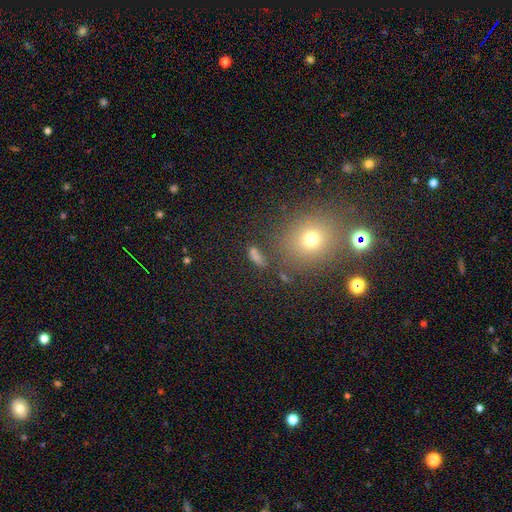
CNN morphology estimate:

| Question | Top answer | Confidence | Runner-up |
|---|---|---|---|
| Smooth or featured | smooth | 66% | star or artifact (23%) |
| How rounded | in between | 61% | cigar-shaped (22%) |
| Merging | none | 68% | minor disturbance (14%) |